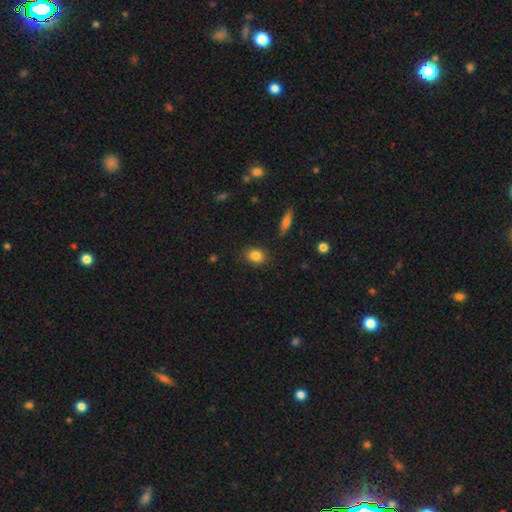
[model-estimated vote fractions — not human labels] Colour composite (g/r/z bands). It shows a smooth galaxy with no disk features (85%) that is in between round and cigar-shaped (61%). Merging: none (84%).